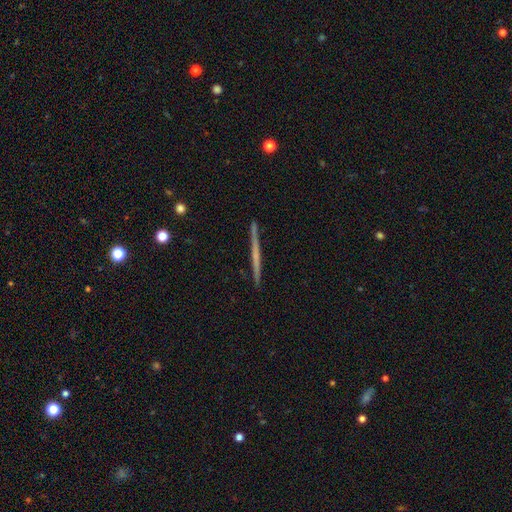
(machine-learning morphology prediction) Smooth or featured? featured or disk (59%)
Edge-on disk? yes (98%)
Edge-on bulge? none (84%)
Merging? none (92%)